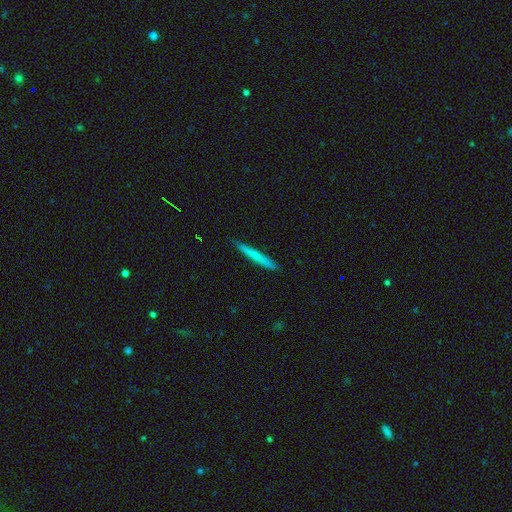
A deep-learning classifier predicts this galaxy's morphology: A smooth galaxy with no disk features (64%) that is cigar-shaped (97%). Merging: none (90%).